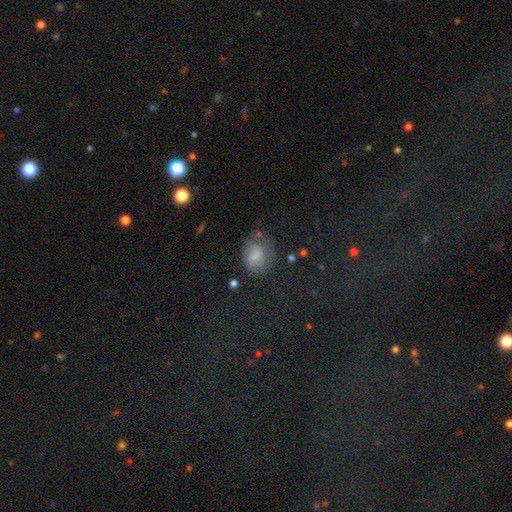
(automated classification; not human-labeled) Smooth or featured: smooth — 71% (featured or disk — 16%)
How rounded: in between — 63% (round — 36%)
Merging: none — 51% (minor disturbance — 29%)